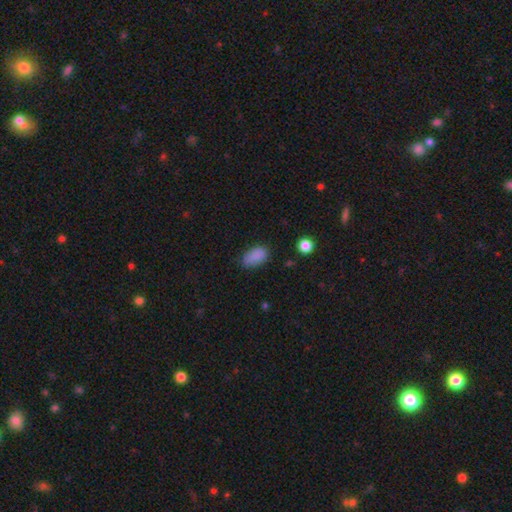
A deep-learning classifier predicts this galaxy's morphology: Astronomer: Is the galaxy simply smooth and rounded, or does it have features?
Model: smooth — 86%.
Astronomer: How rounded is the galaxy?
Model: in between — 91%.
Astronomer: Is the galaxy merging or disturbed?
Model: none — 73%.